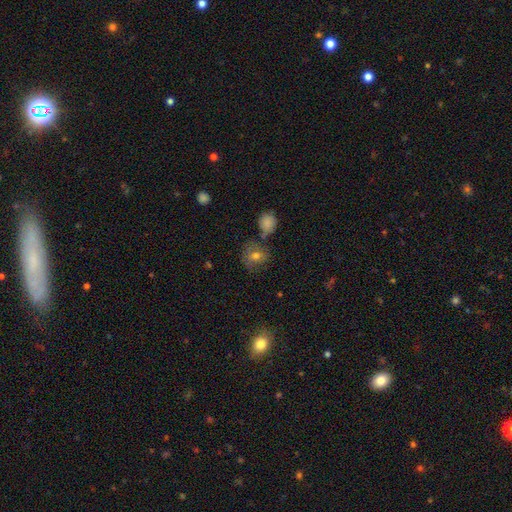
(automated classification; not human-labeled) The model was most divided on "merging": none: 61%, minor disturbance: 19%, merger: 12%, major disturbance: 7%. More confident: how rounded — round (74%); smooth or featured — smooth (72%).